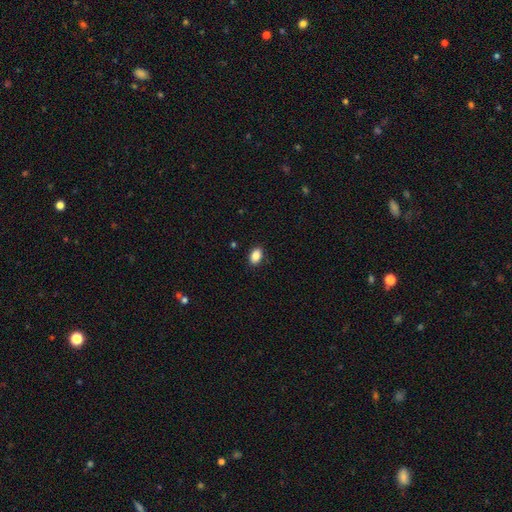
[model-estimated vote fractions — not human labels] Overall: smooth (87%). How rounded: in between (87%). Merging: none (89%).